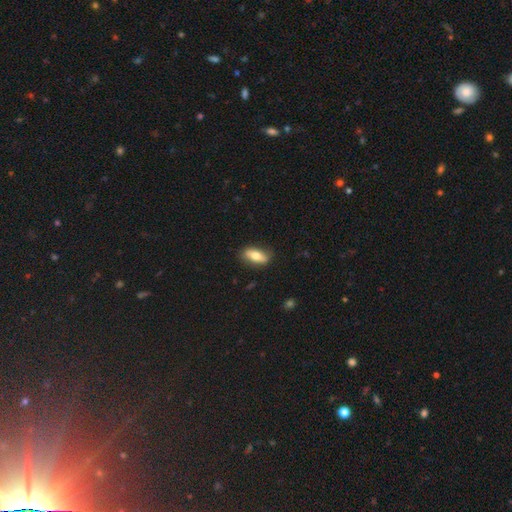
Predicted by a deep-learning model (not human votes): smooth_or_featured: smooth (p=0.67) [alt: featured or disk p=0.27]
how_rounded: in between (p=0.75) [alt: cigar-shaped p=0.21]
merging: none (p=0.83) [alt: minor disturbance p=0.13]